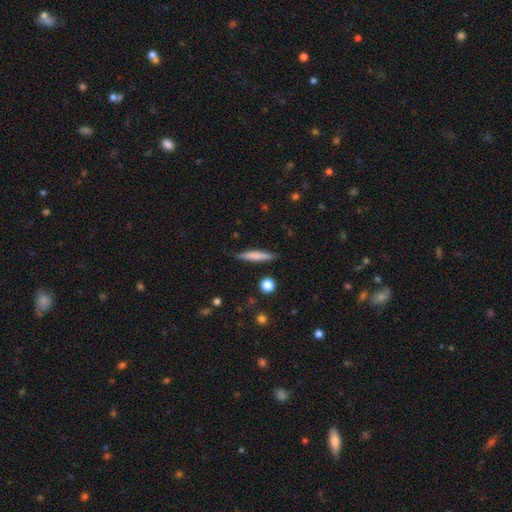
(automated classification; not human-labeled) Smooth or featured? smooth (69%)
How rounded? cigar-shaped (91%)
Merging? none (85%)